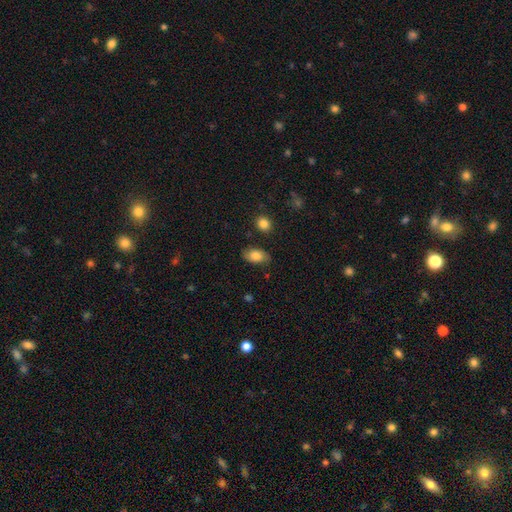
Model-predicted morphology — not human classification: The model was most divided on "merging": none: 82%, minor disturbance: 13%, major disturbance: 3%, merger: 2%. More confident: how rounded — in between (91%); smooth or featured — smooth (82%).